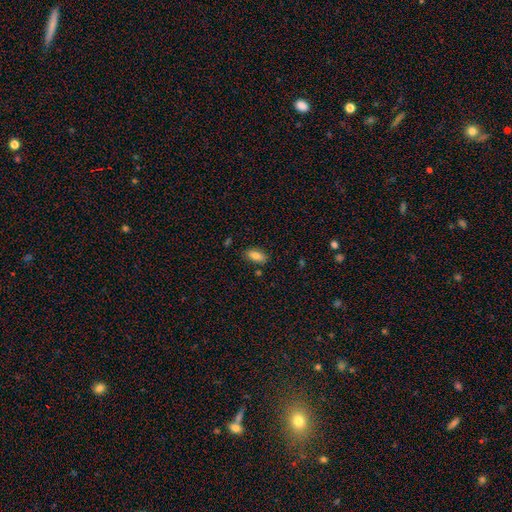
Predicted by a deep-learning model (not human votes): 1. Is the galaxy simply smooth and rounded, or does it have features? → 81% smooth, 11% featured or disk, 8% star or artifact.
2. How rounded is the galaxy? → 87% in between, 10% cigar-shaped, 3% round.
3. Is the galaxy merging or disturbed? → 83% none, 12% minor disturbance, 3% merger, 2% major disturbance.